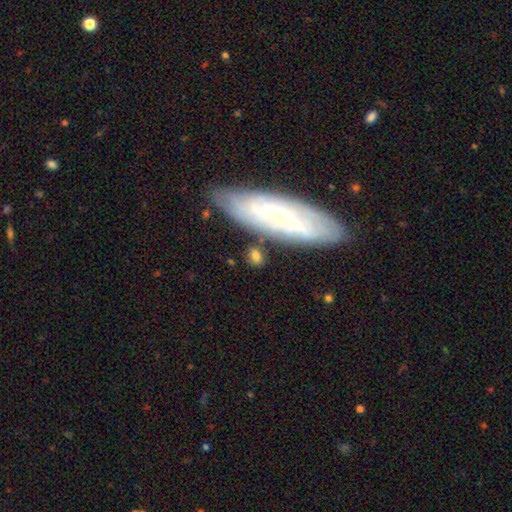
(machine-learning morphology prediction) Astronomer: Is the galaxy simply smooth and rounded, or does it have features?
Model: smooth — 67%.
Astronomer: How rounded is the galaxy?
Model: in between — 55%.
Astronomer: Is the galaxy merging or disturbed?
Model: none — 75%.